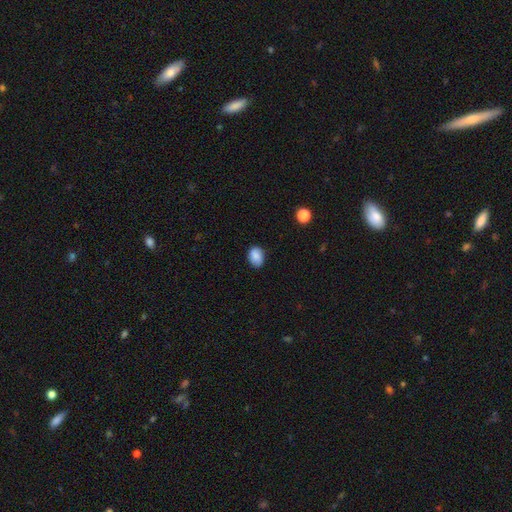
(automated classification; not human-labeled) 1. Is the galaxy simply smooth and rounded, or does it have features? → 85% smooth, 8% star or artifact, 7% featured or disk.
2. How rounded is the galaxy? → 71% in between, 28% round, 1% cigar-shaped.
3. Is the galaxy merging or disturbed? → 82% none, 14% minor disturbance, 3% major disturbance, 1% merger.